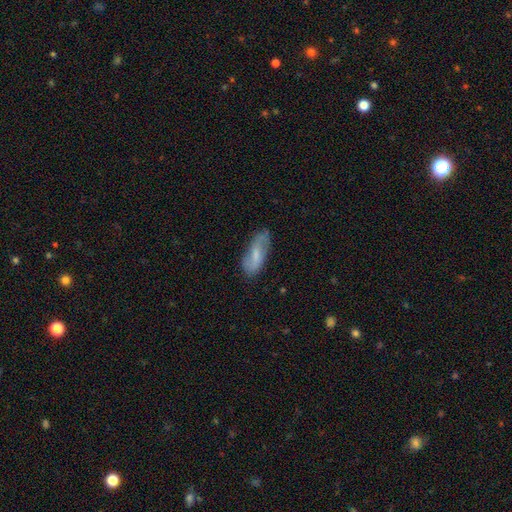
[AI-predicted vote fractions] Smooth or featured? smooth (50%)
Merging? none (70%)